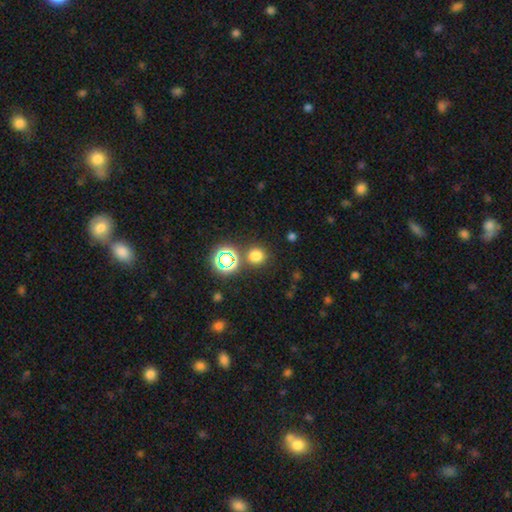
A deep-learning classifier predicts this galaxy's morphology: Q: Smooth or featured?
A: smooth (72%); runner-up: star or artifact (23%)
Q: How rounded?
A: round (89%); runner-up: in between (10%)
Q: Merging?
A: none (82%); runner-up: minor disturbance (8%)